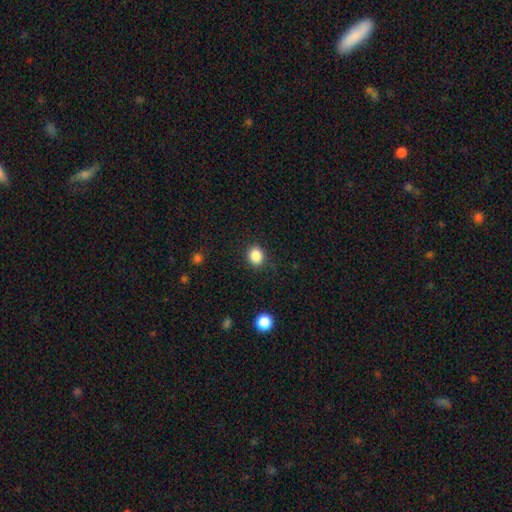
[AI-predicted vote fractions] This appears to be a smooth galaxy with no disk features (87%) that is round (69%). Merging: none (89%).